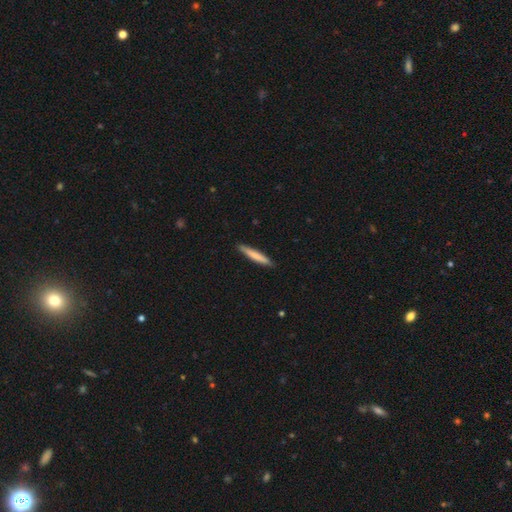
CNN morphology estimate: A smooth galaxy with no disk features (74%) that is cigar-shaped (94%).

Vote fractions:
- Smooth or featured? smooth: 74% / featured or disk: 21% / star or artifact: 5%
- How rounded? cigar-shaped: 94% / in between: 5% / round: 1%
- Merging? none: 90% / minor disturbance: 8% / major disturbance: 1% / merger: 1%